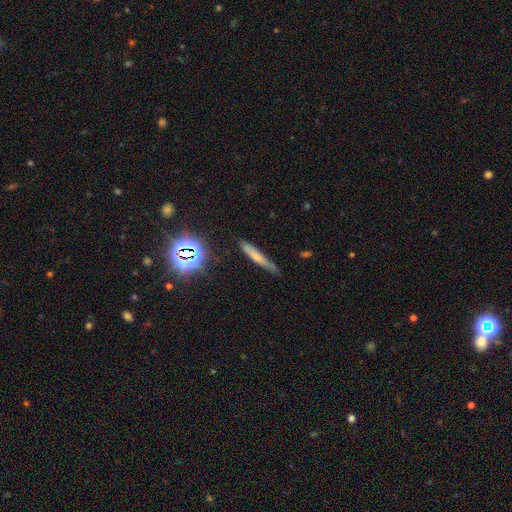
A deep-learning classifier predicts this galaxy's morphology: smooth 56%, featured or disk 28%, star or artifact 16%. Down the decision tree: how rounded — cigar-shaped (90%); merging — none (74%).